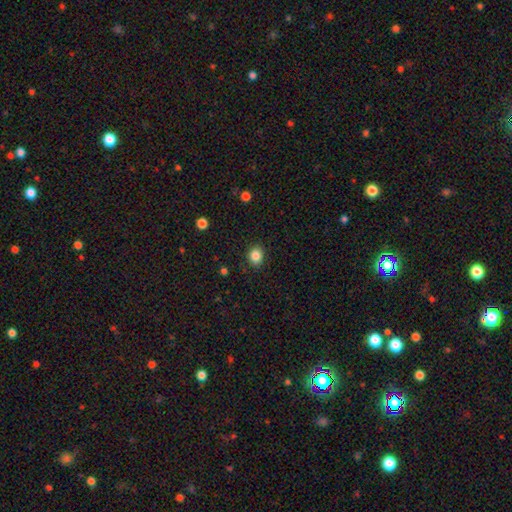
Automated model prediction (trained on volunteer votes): Smooth or featured: smooth — 85% (star or artifact — 11%)
How rounded: round — 66% (in between — 33%)
Merging: none — 89% (minor disturbance — 8%)